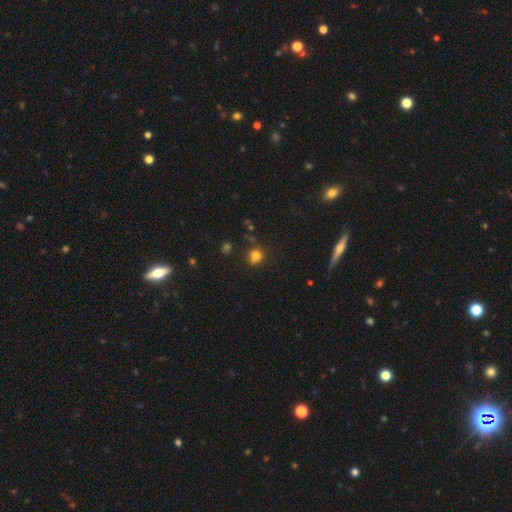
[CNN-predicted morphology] This is likely a smooth galaxy (79%). How rounded: likely round (64%). Merging: likely none (73%).